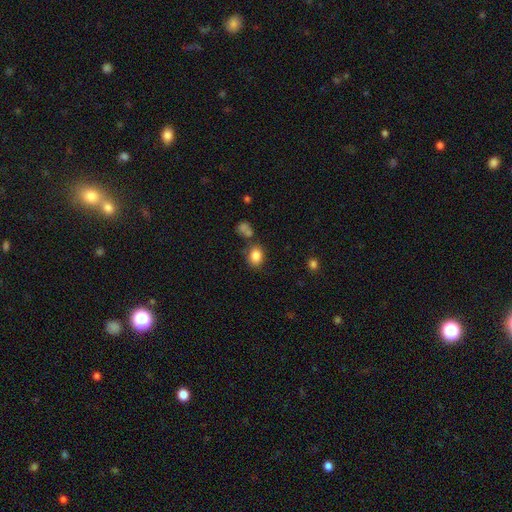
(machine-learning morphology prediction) type=smooth (84%); roundness=in between (53%); merging=none (71%).